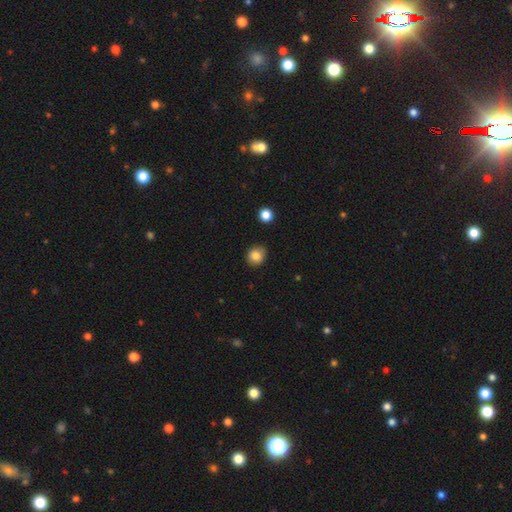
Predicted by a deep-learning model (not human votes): smooth_or_featured: smooth (p=0.85) [alt: star or artifact p=0.10]
how_rounded: round (p=0.79) [alt: in between p=0.20]
merging: none (p=0.85) [alt: minor disturbance p=0.11]